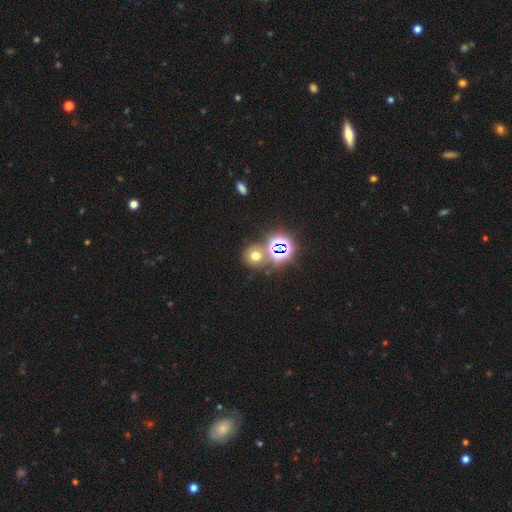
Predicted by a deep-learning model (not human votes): The model was most divided on "smooth or featured": smooth: 55%, star or artifact: 35%, featured or disk: 10%. More confident: how rounded — round (85%); merging — none (67%).